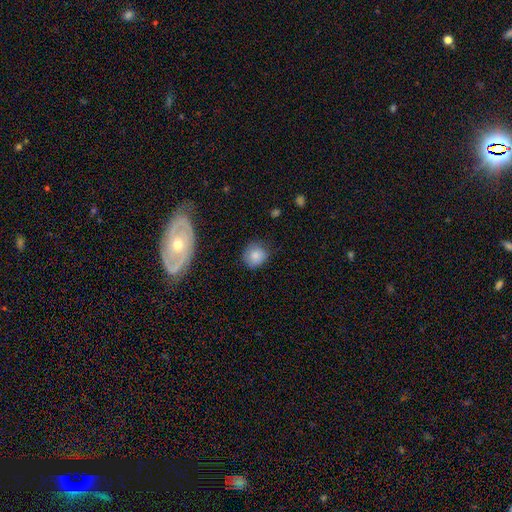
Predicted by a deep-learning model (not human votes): A smooth galaxy with no disk features (83%) that is round (85%). Merging: none (76%).